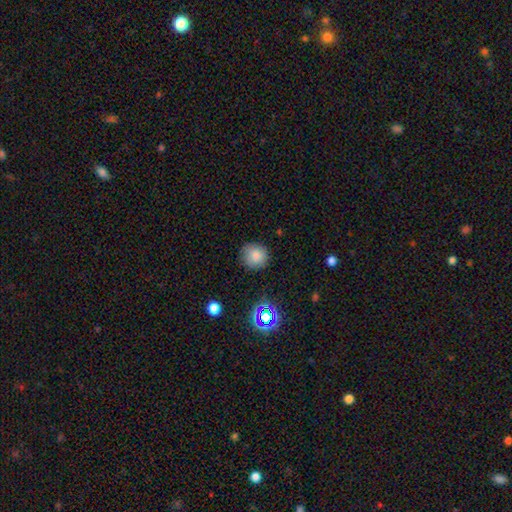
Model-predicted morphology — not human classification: Q: Smooth or featured?
A: smooth (80%); runner-up: star or artifact (13%)
Q: How rounded?
A: round (92%); runner-up: in between (7%)
Q: Merging?
A: none (84%); runner-up: minor disturbance (11%)